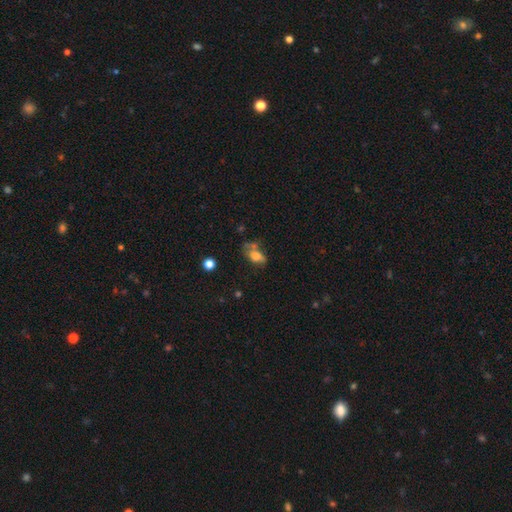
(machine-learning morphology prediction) smooth-or-featured: smooth: 70% | featured or disk: 17% | star or artifact: 12%
  how-rounded: in between: 83% | round: 14% | cigar-shaped: 3%
  merging: none: 31% | minor disturbance: 25% | merger: 23% | major disturbance: 21%